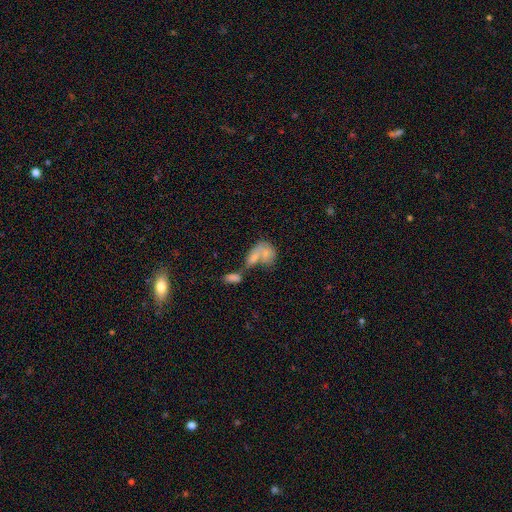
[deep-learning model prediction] Smooth or featured?
  - smooth: 50% *
  - featured or disk: 33%
  - star or artifact: 16%
How rounded?
  - in between: 63% *
  - round: 32%
  - cigar-shaped: 5%
Merging?
  - merger: 50% *
  - none: 27%
  - minor disturbance: 12%
  - major disturbance: 11%